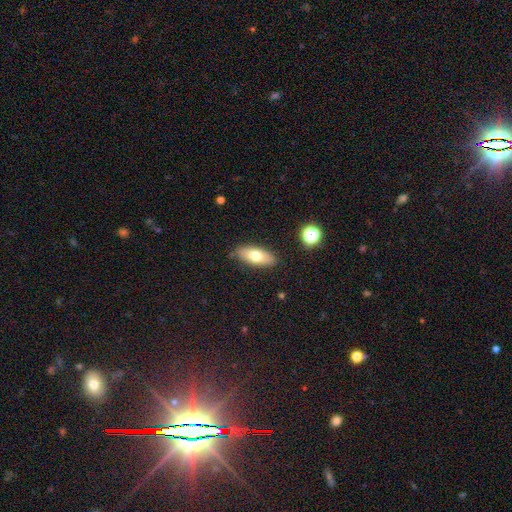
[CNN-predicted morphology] Q: Smooth or featured?
A: smooth (69%); runner-up: featured or disk (24%)
Q: How rounded?
A: in between (80%); runner-up: cigar-shaped (17%)
Q: Merging?
A: none (86%); runner-up: minor disturbance (10%)